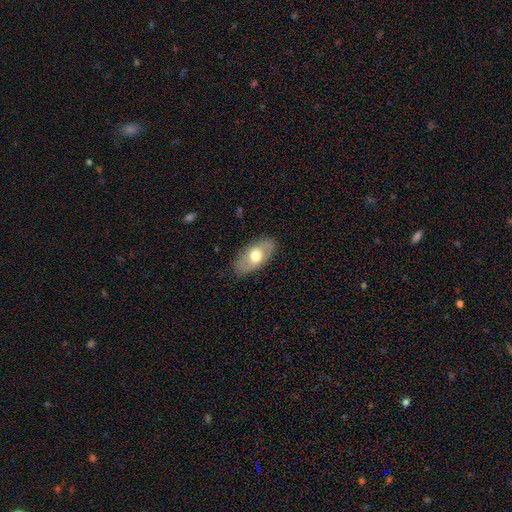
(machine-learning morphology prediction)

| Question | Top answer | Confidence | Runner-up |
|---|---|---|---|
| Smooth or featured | smooth | 60% | featured or disk (34%) |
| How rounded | in between | 91% | round (5%) |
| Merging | none | 83% | minor disturbance (12%) |